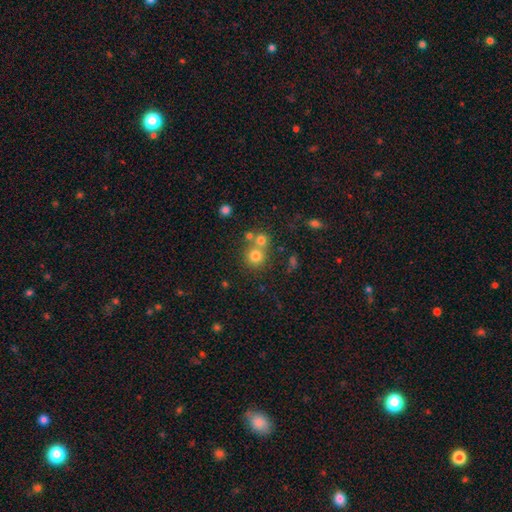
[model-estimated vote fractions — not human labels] Smooth or featured: smooth — 74% (star or artifact — 16%)
How rounded: round — 90% (in between — 9%)
Merging: none — 56% (merger — 34%)